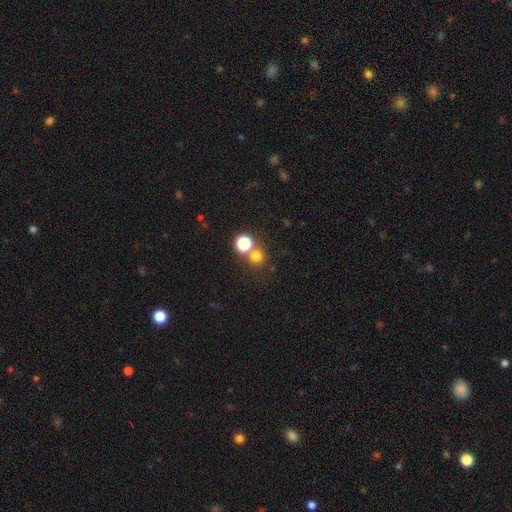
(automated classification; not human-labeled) The model was most divided on "merging": none: 63%, merger: 27%, minor disturbance: 6%, major disturbance: 3%. More confident: how rounded — round (90%); smooth or featured — smooth (71%).